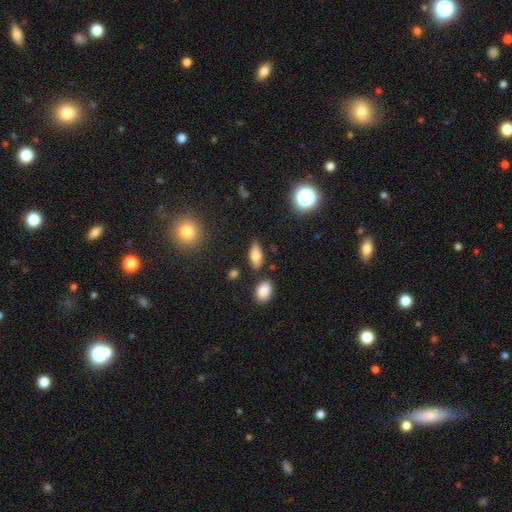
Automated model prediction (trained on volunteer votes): Smooth or featured: smooth — 66% (featured or disk — 24%)
How rounded: in between — 76% (cigar-shaped — 19%)
Merging: none — 77% (minor disturbance — 15%)